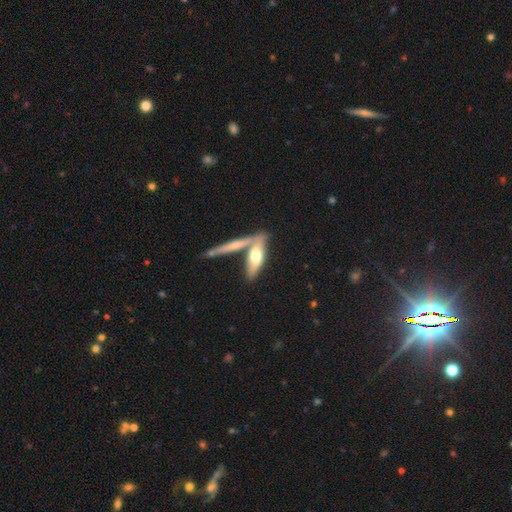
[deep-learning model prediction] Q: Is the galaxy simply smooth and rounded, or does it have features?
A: smooth — 55%.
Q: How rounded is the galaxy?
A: cigar-shaped — 53%.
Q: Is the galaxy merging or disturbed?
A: none — 48%.